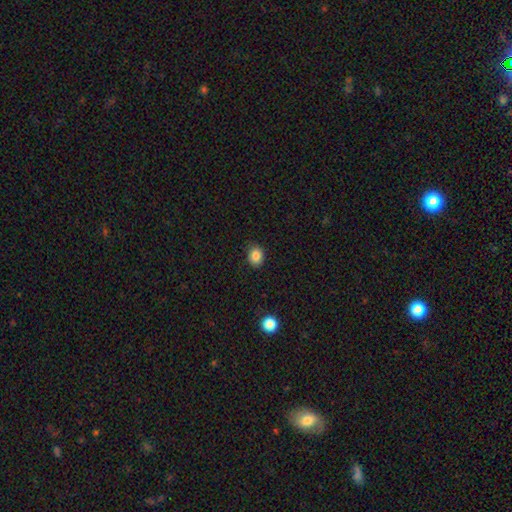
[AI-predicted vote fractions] Smooth or featured?
  - smooth: 85% *
  - star or artifact: 10%
  - featured or disk: 4%
How rounded?
  - round: 55% *
  - in between: 44%
  - cigar-shaped: 1%
Merging?
  - none: 87% *
  - minor disturbance: 10%
  - major disturbance: 2%
  - merger: 1%